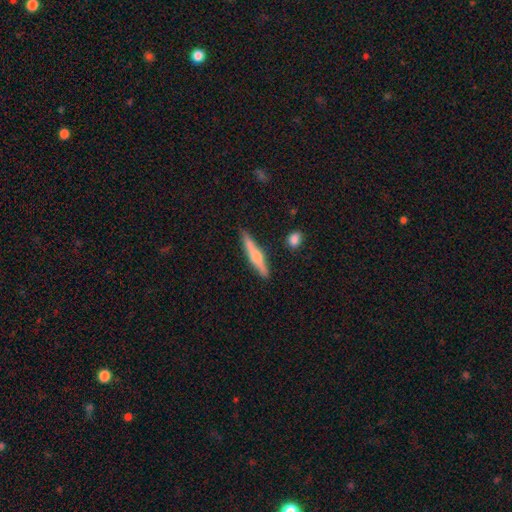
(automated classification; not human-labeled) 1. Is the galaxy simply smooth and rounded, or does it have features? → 52% smooth, 42% featured or disk, 6% star or artifact.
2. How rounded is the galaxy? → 91% cigar-shaped, 7% in between, 2% round.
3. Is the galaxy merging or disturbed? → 82% none, 13% minor disturbance, 3% merger, 2% major disturbance.